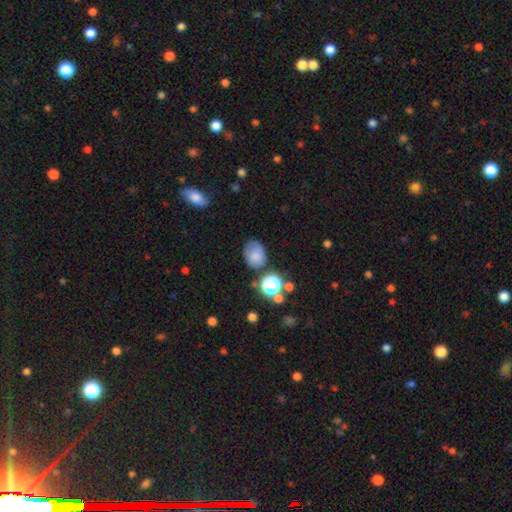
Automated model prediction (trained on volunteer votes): A smooth galaxy with no disk features (75%) that is in between round and cigar-shaped (56%). Merging: none (61%).